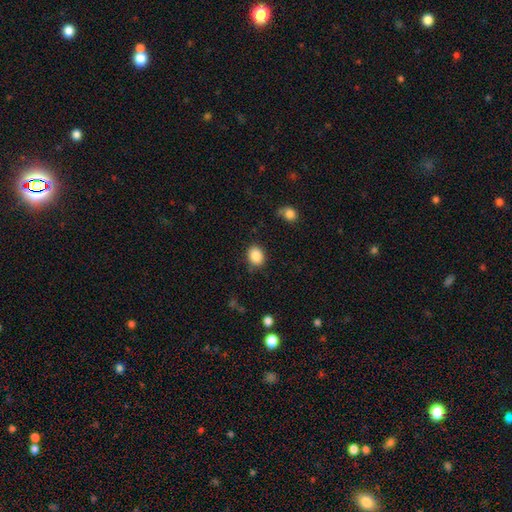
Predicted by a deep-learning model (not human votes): smooth 87%, star or artifact 9%, featured or disk 4%. Down the decision tree: how rounded — in between (54%); merging — none (83%).